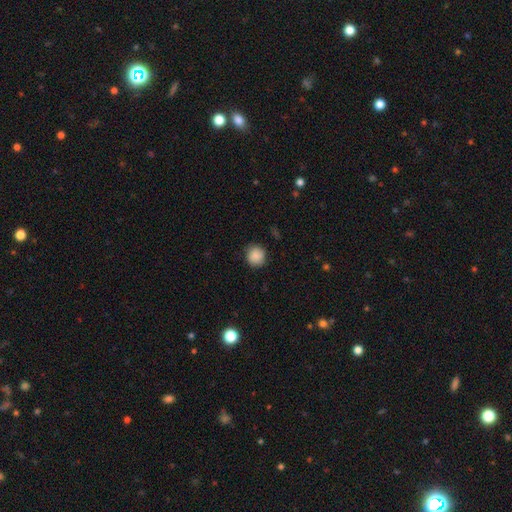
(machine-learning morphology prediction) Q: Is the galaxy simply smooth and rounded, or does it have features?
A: smooth — 87%.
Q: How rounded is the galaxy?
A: round — 87%.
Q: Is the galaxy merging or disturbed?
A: none — 83%.